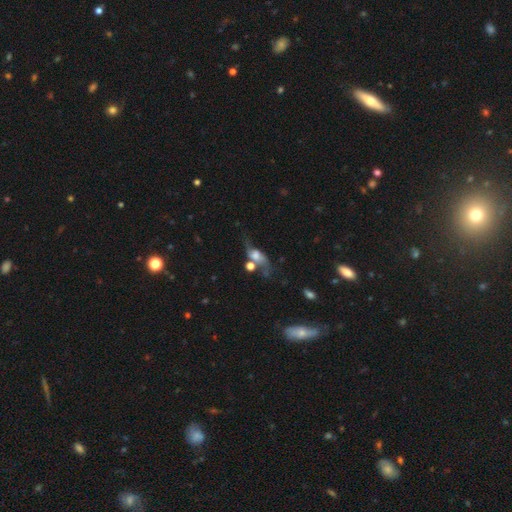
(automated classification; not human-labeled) featured or disk 59%, smooth 29%, star or artifact 12%. Down the decision tree: edge-on disk — no (85%); merging — none (36%).